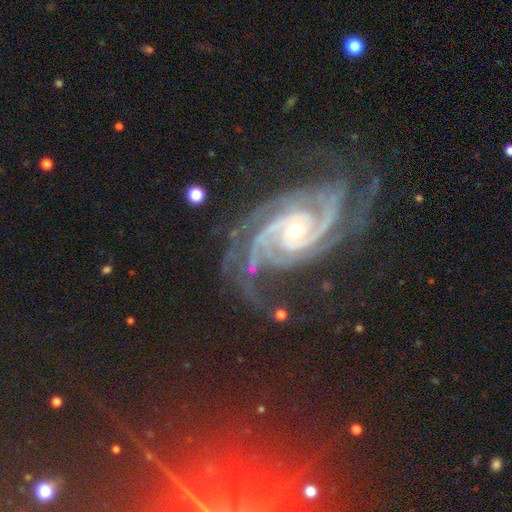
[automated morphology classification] Smooth or featured?
  - featured or disk: 81% *
  - star or artifact: 14%
  - smooth: 5%
Edge-on disk?
  - no: 97% *
  - yes: 3%
Bar?
  - no: 62% *
  - weak: 24%
  - strong: 14%
Spiral arms?
  - yes: 99% *
  - no: 1%
Spiral winding?
  - tight: 62% *
  - medium: 31%
  - loose: 7%
Spiral arm count?
  - 2: 30% *
  - 3: 26%
  - can't tell: 12%
  - 4: 12%
  - more than 4: 10%
  - 1: 10%
Bulge size?
  - small: 55% *
  - moderate: 40%
  - large: 2%
  - none: 1%
  - dominant: 1%
Merging?
  - none: 72% *
  - minor disturbance: 16%
  - major disturbance: 9%
  - merger: 2%